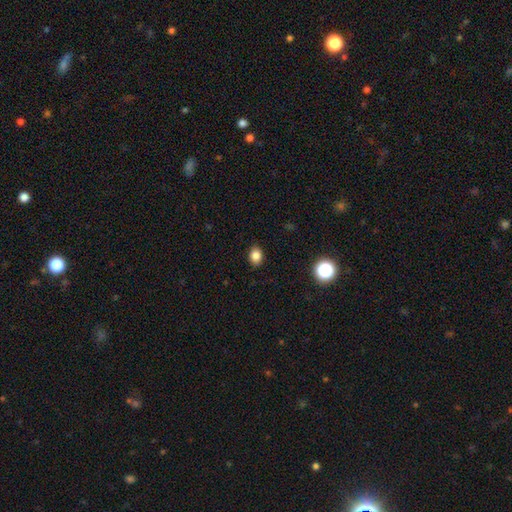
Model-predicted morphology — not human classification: This is clearly a smooth galaxy (83%). How rounded: possibly in between (58%). Merging: clearly none (89%).